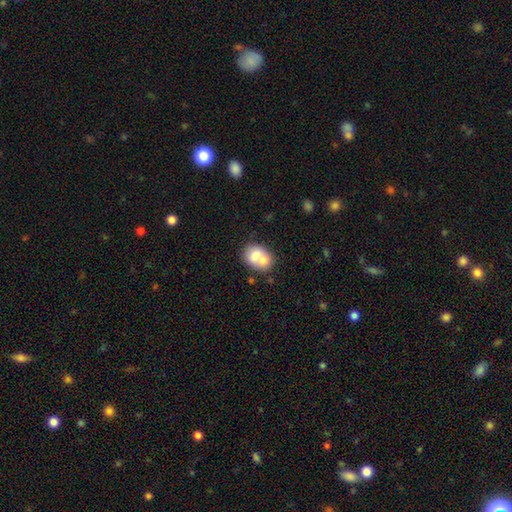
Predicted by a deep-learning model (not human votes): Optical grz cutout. It shows a smooth galaxy with no disk features (71%) that is in between round and cigar-shaped (50%). Merging: merger (59%).